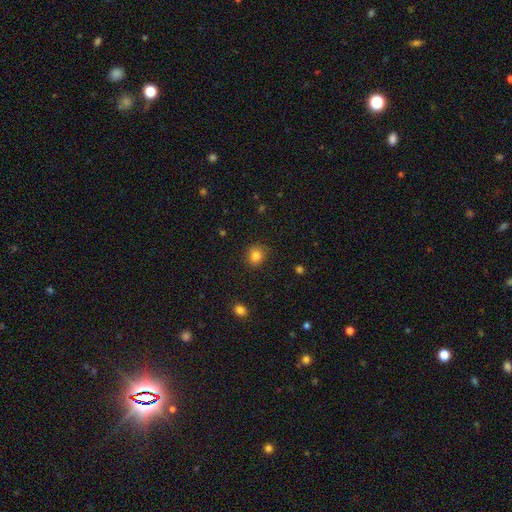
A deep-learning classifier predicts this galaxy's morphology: type=smooth (83%); roundness=round (82%); merging=none (81%).